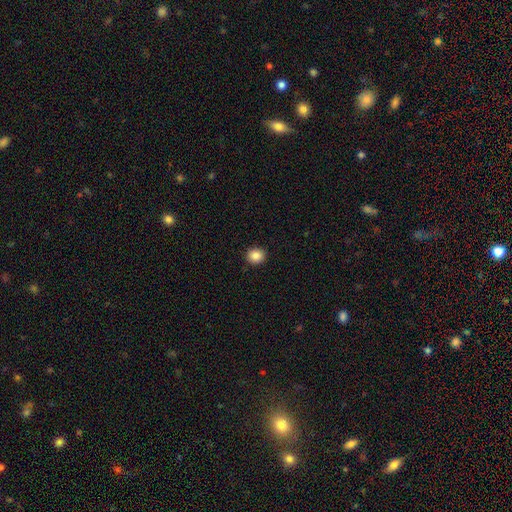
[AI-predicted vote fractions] This appears to be a smooth galaxy with no disk features (86%) that is round (80%). Merging: none (92%).